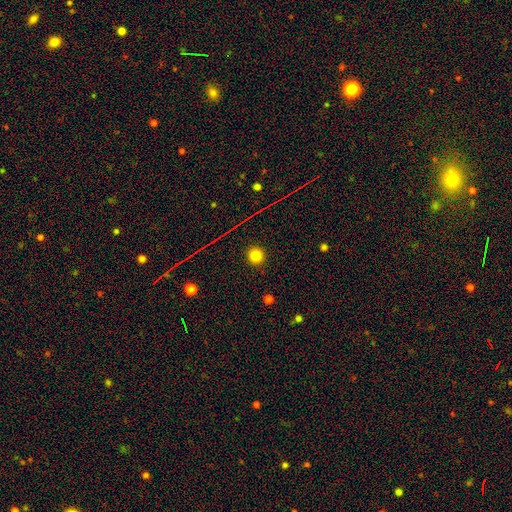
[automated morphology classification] type=smooth (80%); roundness=round (93%); merging=none (91%).